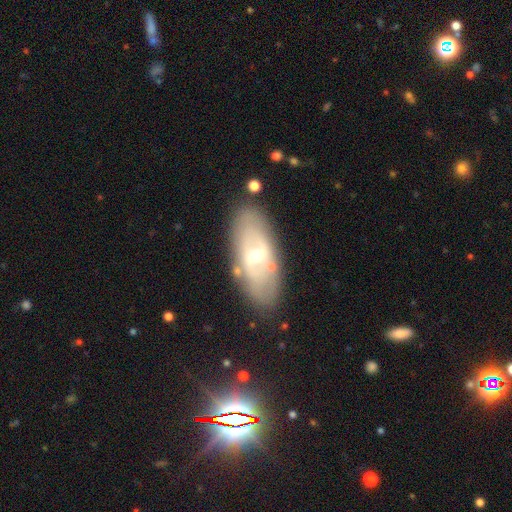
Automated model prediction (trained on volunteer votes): smooth-or-featured: featured or disk: 65% | smooth: 28% | star or artifact: 7%
  disk-edge-on: no: 87% | yes: 13%
    bar: weak: 50% | strong: 29% | no: 21%
    has-spiral-arms: yes: 51% | no: 49%
    bulge-size: moderate: 47% | small: 46% | large: 4% | none: 2% | dominant: 1%
  merging: none: 79% | minor disturbance: 14% | major disturbance: 4% | merger: 3%